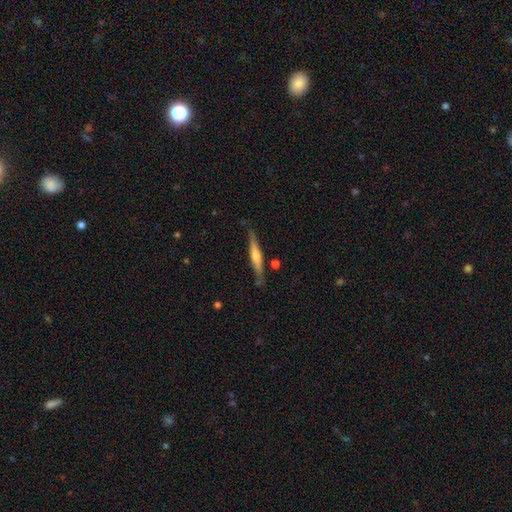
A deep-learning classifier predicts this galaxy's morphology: Smooth or featured: featured or disk — 59% (smooth — 35%)
Edge-on disk: yes — 96% (no — 4%)
Edge-on bulge: rounded — 66% (none — 19%)
Merging: none — 81% (minor disturbance — 13%)